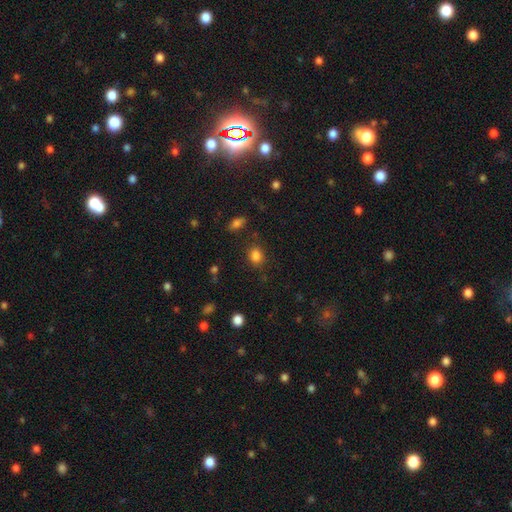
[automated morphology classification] smooth_or_featured: smooth (p=0.83) [alt: star or artifact p=0.12]
how_rounded: round (p=0.50) [alt: in between p=0.49]
merging: none (p=0.80) [alt: minor disturbance p=0.12]